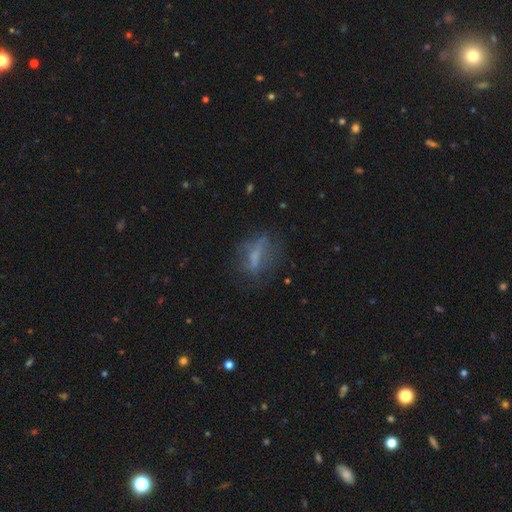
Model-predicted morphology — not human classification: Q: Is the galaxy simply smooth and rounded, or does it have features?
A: featured or disk — 42%, tied with smooth.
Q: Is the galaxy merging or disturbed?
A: none — 58%.